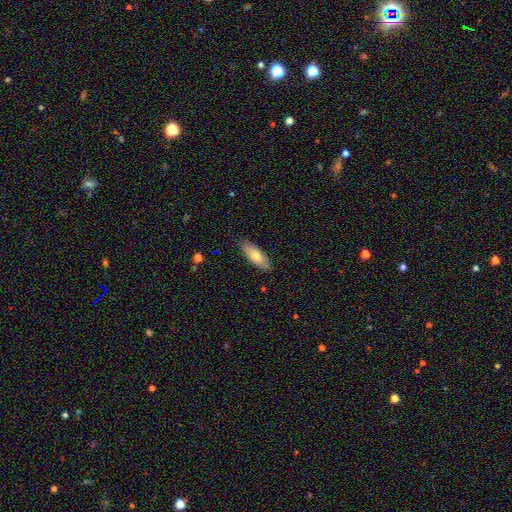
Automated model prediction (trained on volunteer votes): smooth 72%, featured or disk 22%, star or artifact 6%. Down the decision tree: how rounded — in between (73%); merging — none (85%).